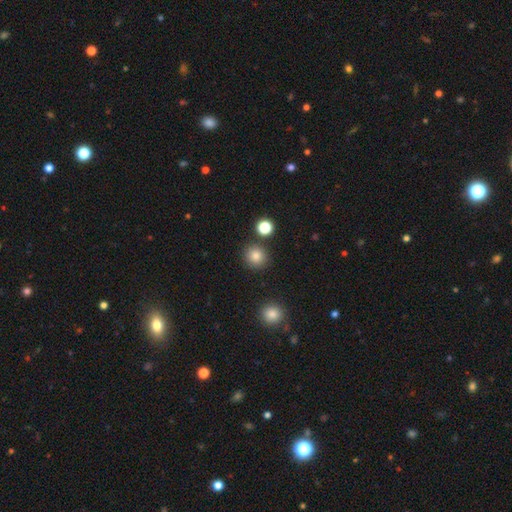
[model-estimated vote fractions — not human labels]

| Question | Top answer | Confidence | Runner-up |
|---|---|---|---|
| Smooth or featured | smooth | 83% | star or artifact (12%) |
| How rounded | round | 91% | in between (8%) |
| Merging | none | 86% | minor disturbance (7%) |